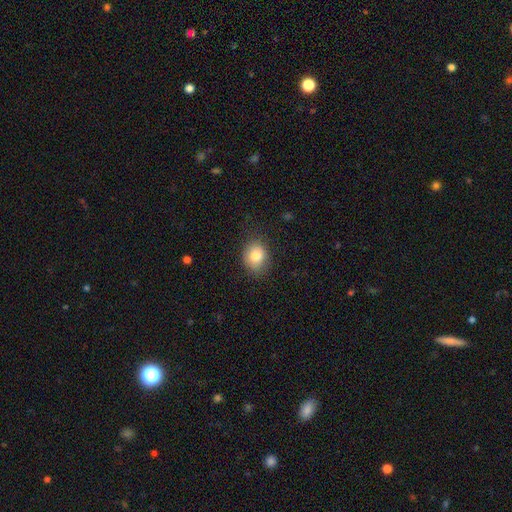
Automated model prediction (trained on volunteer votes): Smooth or featured? Predicted: smooth (p=0.82). How rounded? Predicted: round (p=0.56). Merging? Predicted: none (p=0.78).